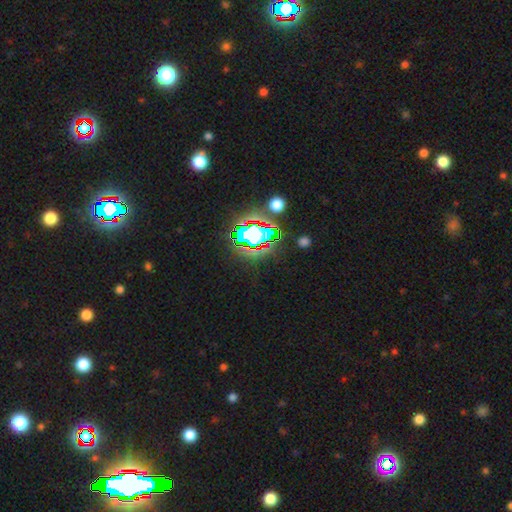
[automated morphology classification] Smooth or featured? star or artifact (82%)